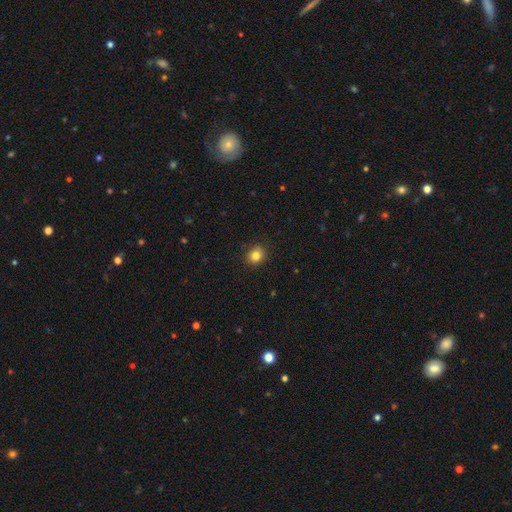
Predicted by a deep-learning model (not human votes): Overall: smooth (82%). How rounded: round (80%). Merging: none (90%).